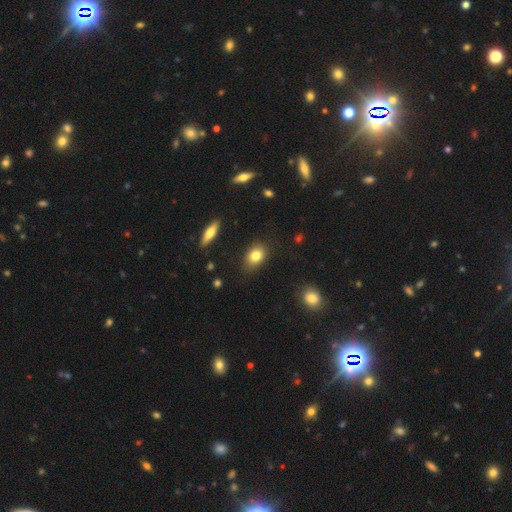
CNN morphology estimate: Smooth or featured?
  - smooth: 81% *
  - featured or disk: 10%
  - star or artifact: 9%
How rounded?
  - in between: 72% *
  - round: 26%
  - cigar-shaped: 2%
Merging?
  - none: 82% *
  - minor disturbance: 13%
  - major disturbance: 3%
  - merger: 2%